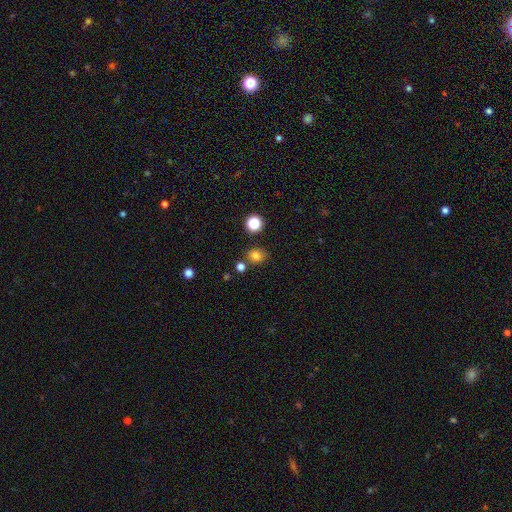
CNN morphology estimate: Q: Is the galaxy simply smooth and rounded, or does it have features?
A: smooth — 78%.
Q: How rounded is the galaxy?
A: round — 61%.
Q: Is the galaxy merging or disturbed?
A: none — 78%.